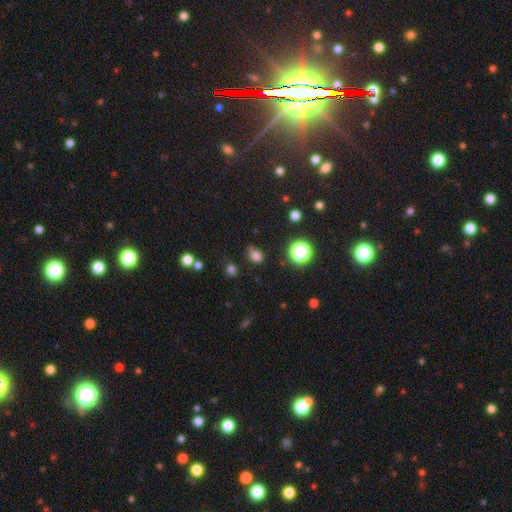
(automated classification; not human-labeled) smooth 75%, star or artifact 20%, featured or disk 6%. Down the decision tree: how rounded — in between (68%); merging — none (68%).